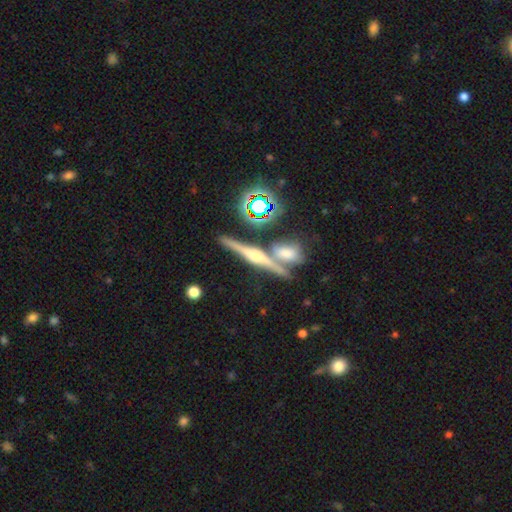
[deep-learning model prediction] A featured or disk galaxy (68%) viewed edge-on (96%) with a rounded central bulge (82%). Merging: none (73%).